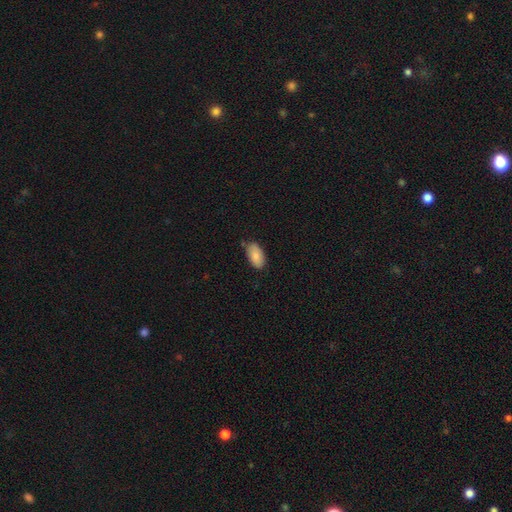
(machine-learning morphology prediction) The model was most divided on "merging": none: 75%, minor disturbance: 20%, major disturbance: 3%, merger: 3%. More confident: how rounded — in between (95%); smooth or featured — smooth (85%).